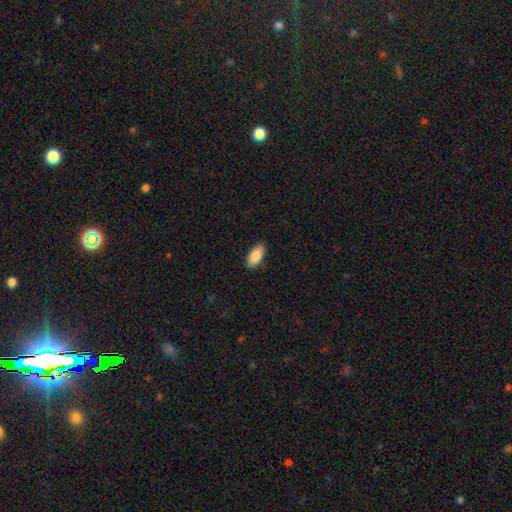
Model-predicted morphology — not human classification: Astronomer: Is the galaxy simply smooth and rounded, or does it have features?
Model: smooth — 87%.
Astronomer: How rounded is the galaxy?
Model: in between — 91%.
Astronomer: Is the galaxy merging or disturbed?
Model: none — 88%.